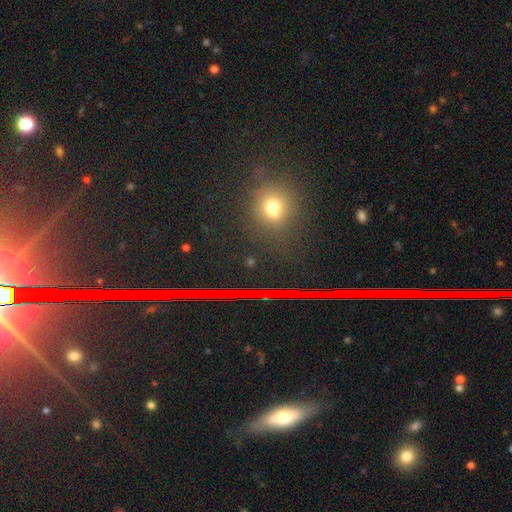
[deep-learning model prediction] Morphology: type=star or artifact (51%).